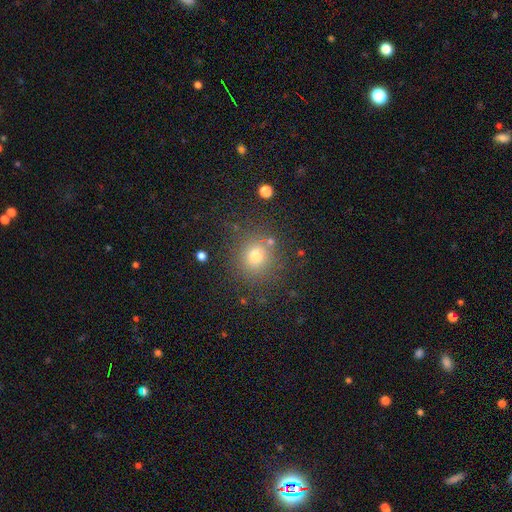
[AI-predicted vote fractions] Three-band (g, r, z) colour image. It shows a smooth galaxy with no disk features (73%) that is round (88%). Merging: none (81%).